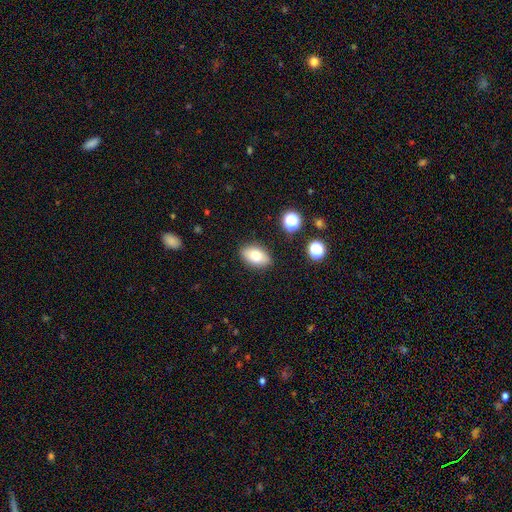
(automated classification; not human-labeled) Morphology: type=smooth (82%); roundness=in between (91%); merging=none (85%).